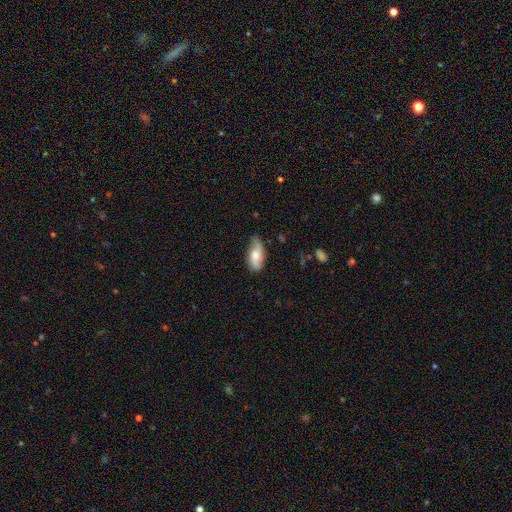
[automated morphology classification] Smooth or featured?
  - smooth: 53% *
  - featured or disk: 40%
  - star or artifact: 7%
How rounded?
  - in between: 86% *
  - cigar-shaped: 11%
  - round: 3%
Merging?
  - none: 65% *
  - minor disturbance: 27%
  - major disturbance: 7%
  - merger: 2%